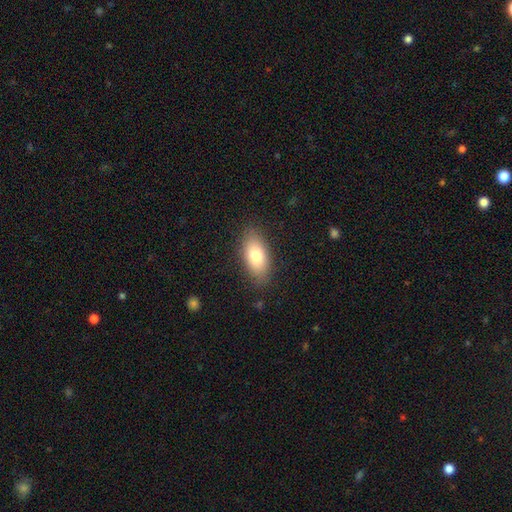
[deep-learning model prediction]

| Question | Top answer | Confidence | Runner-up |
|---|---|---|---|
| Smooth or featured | smooth | 77% | featured or disk (15%) |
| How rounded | in between | 88% | cigar-shaped (8%) |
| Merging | none | 84% | minor disturbance (12%) |